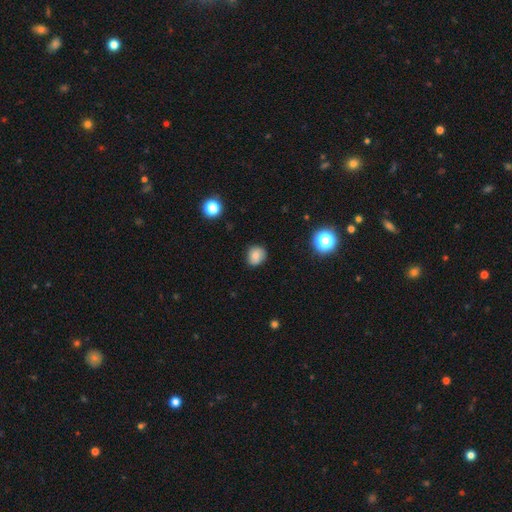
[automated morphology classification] smooth_or_featured: smooth (p=0.77) [alt: star or artifact p=0.12]
how_rounded: round (p=0.75) [alt: in between p=0.24]
merging: none (p=0.76) [alt: minor disturbance p=0.19]